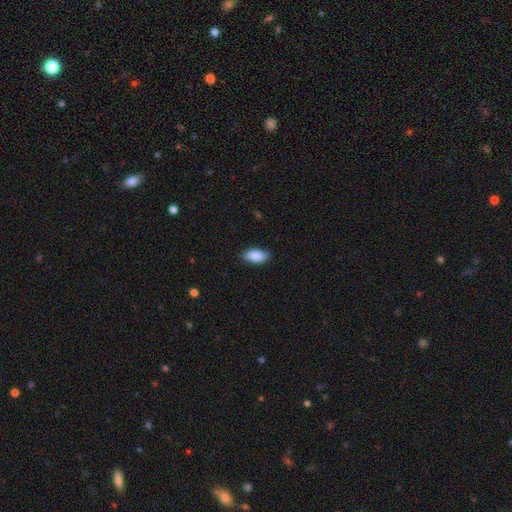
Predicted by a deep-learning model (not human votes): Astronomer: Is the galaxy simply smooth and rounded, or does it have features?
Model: smooth — 88%.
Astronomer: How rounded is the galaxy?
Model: in between — 91%.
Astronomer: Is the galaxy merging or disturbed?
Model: none — 86%.